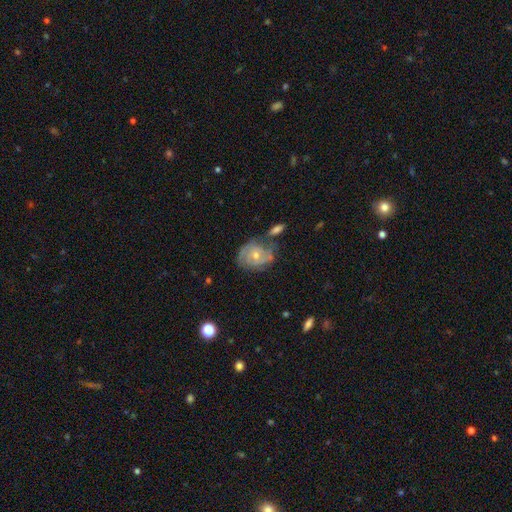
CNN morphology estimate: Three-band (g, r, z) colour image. It shows a featured or disk galaxy (77%) with no bar (67%), 2 (51%) tight (54%) spiral arms (92%) and a small central bulge (51%). Merging: none (63%).